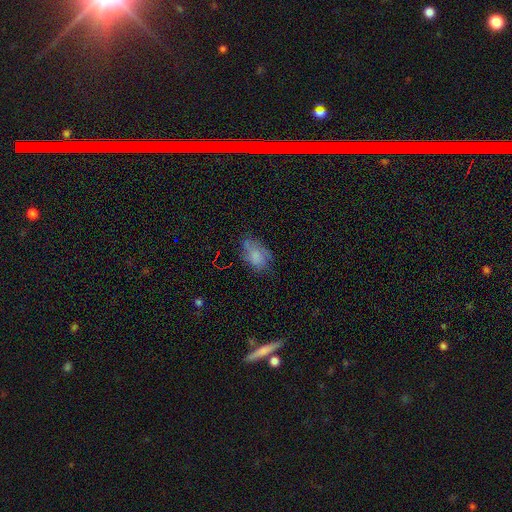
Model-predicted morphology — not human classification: Smooth or featured: smooth — 69% (featured or disk — 20%)
How rounded: in between — 85% (round — 13%)
Merging: none — 51% (minor disturbance — 29%)